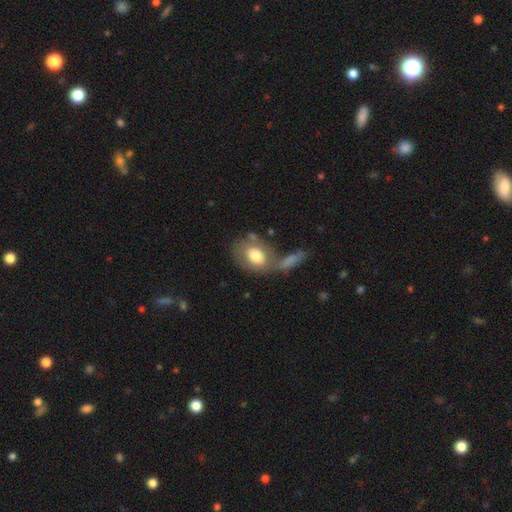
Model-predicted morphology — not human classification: A smooth galaxy with no disk features (70%) that is in between round and cigar-shaped (70%). Merging: none (46%).